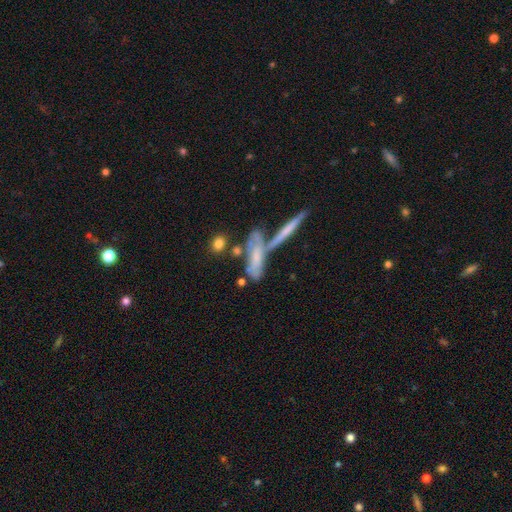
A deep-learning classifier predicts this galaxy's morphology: smooth_or_featured: featured or disk (p=0.49) [alt: smooth p=0.40]
merging: none (p=0.40) [alt: merger p=0.39]